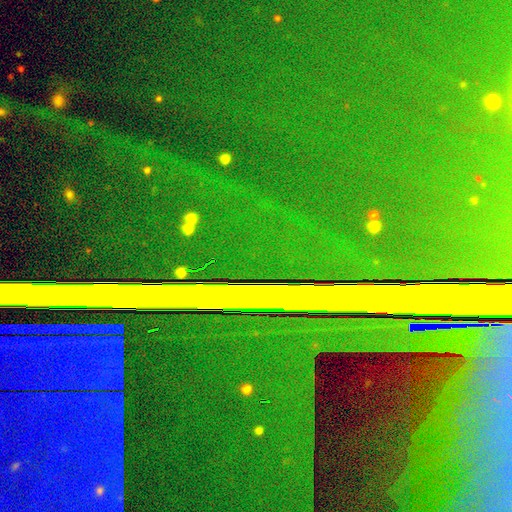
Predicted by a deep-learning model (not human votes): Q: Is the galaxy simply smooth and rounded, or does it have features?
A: star or artifact — 88%.